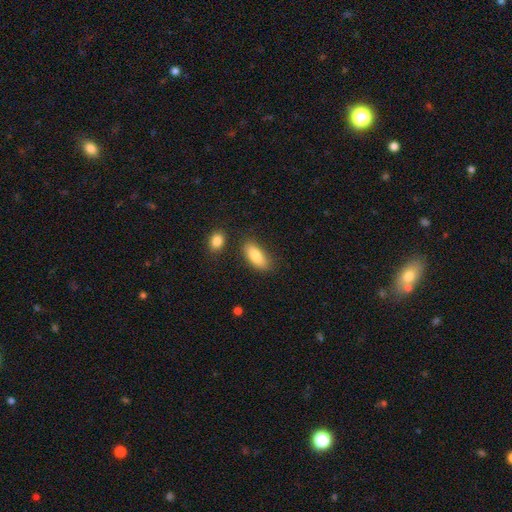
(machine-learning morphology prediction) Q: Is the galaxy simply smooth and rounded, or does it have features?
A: smooth — 82%.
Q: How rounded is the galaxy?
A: in between — 84%.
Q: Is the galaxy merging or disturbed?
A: none — 79%.